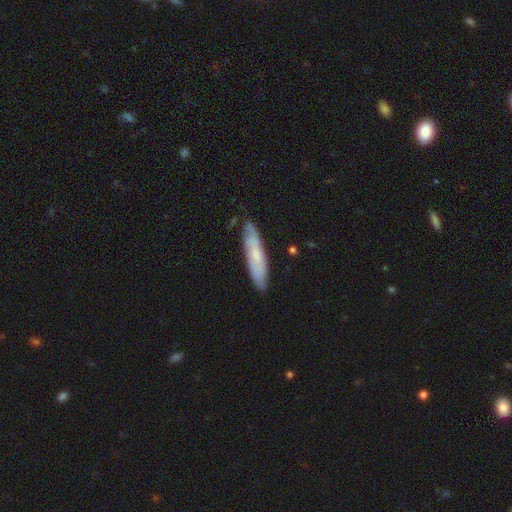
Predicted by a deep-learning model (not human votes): This appears to be a smooth galaxy with no disk features (55%) that is cigar-shaped (80%). Merging: none (79%).